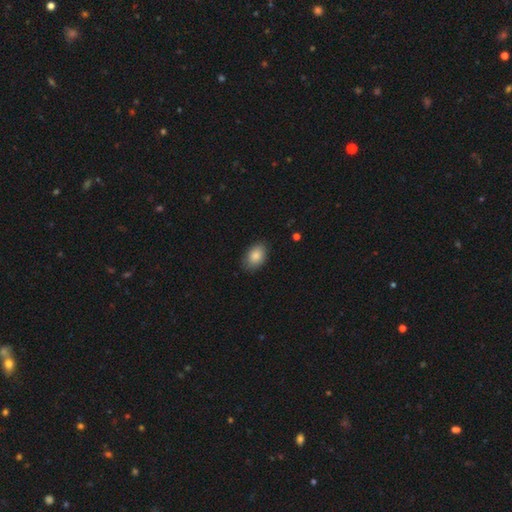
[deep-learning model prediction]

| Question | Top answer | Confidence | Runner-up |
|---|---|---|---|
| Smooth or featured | smooth | 87% | star or artifact (7%) |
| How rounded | in between | 86% | round (13%) |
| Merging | none | 82% | minor disturbance (15%) |